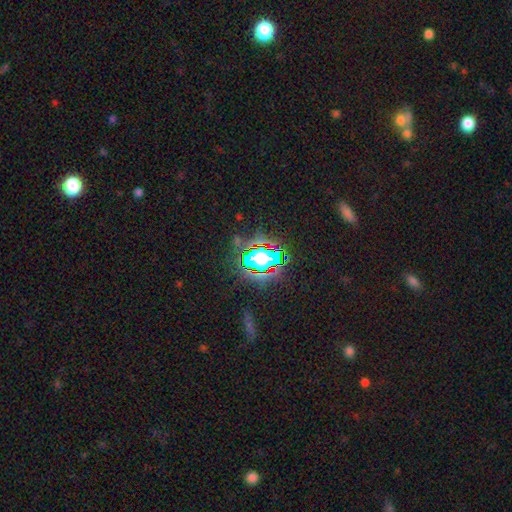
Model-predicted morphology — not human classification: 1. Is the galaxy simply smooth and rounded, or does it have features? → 80% star or artifact, 13% smooth, 8% featured or disk.